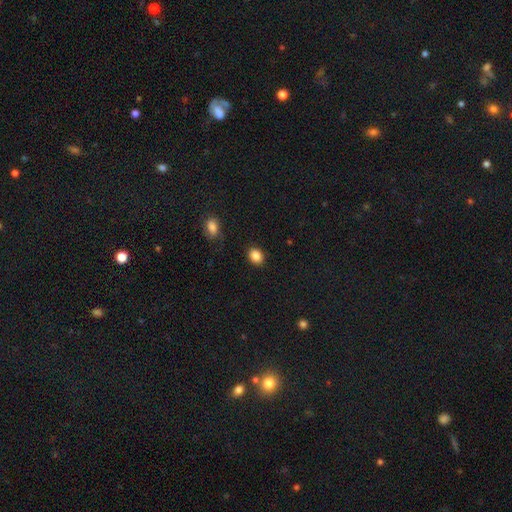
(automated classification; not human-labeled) This is clearly a smooth galaxy (87%). How rounded: likely in between (61%). Merging: clearly none (88%).